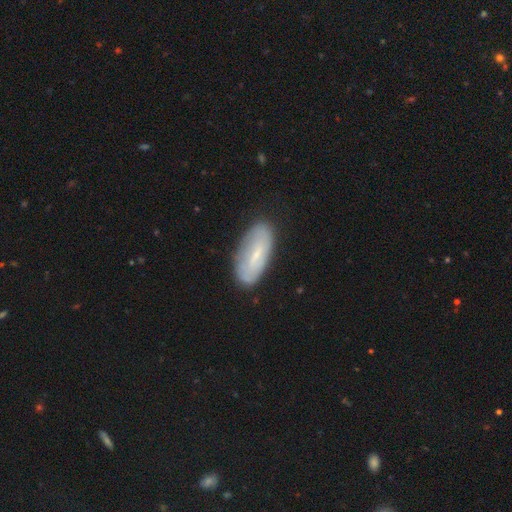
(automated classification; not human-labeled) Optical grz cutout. It shows a smooth galaxy with no disk features (51%) that is in between round and cigar-shaped (82%). Merging: none (81%).